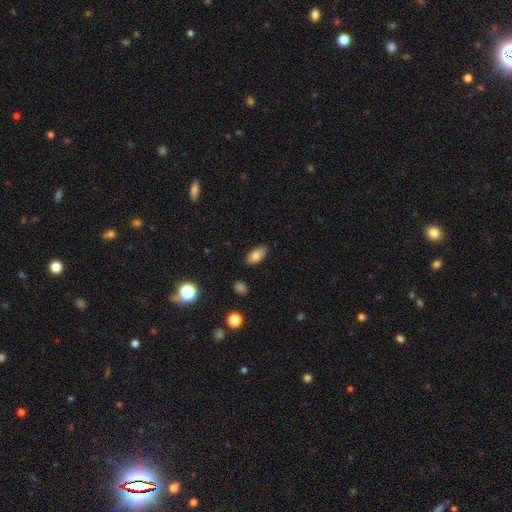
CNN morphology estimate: Smooth or featured? smooth (79%)
How rounded? in between (93%)
Merging? none (85%)